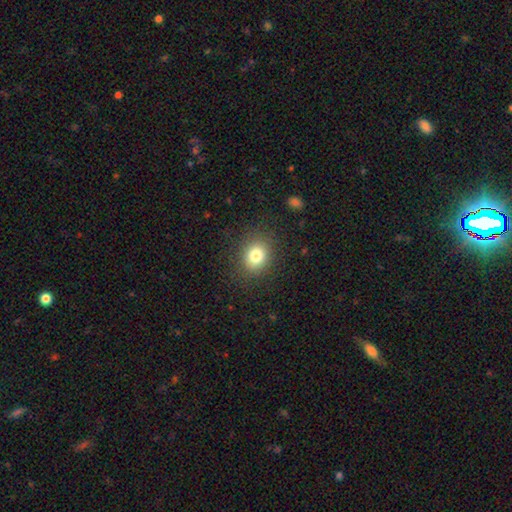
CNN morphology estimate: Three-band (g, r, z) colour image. It shows a smooth galaxy with no disk features (81%) that is round (60%). Merging: none (86%).